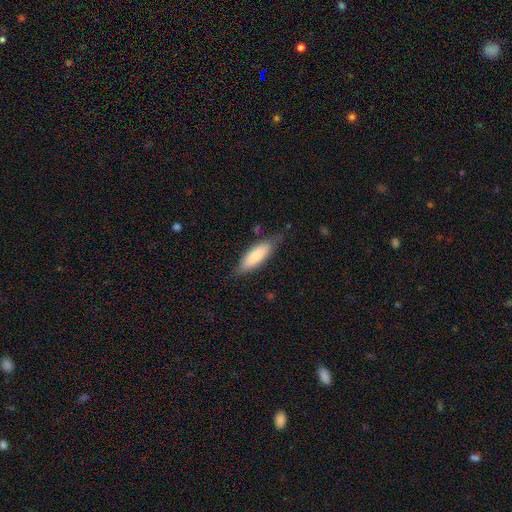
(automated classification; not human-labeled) smooth 80%, featured or disk 15%, star or artifact 5%. Down the decision tree: how rounded — in between (57%); merging — none (71%).